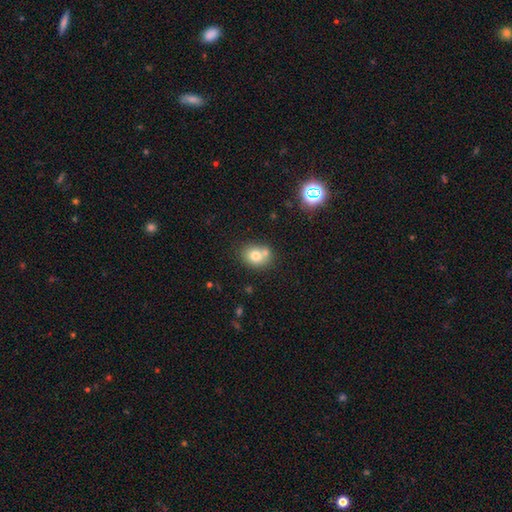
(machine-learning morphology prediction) Overall: smooth (75%). How rounded: round (57%; in between 42%). Merging: none (52%; merger 33%).